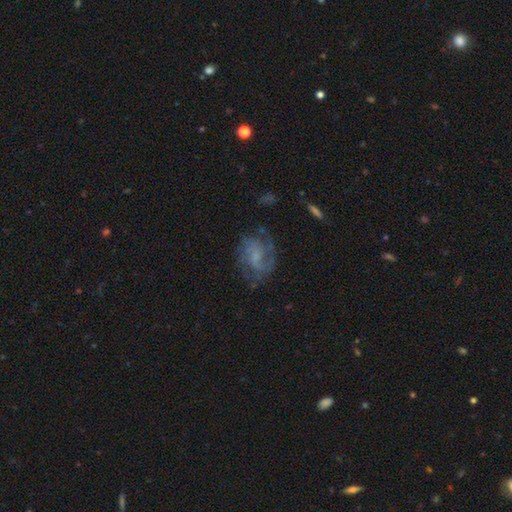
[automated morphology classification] Q: Smooth or featured?
A: featured or disk (69%); runner-up: smooth (22%)
Q: Edge-on disk?
A: no (97%); runner-up: yes (3%)
Q: Bar?
A: no (53%); runner-up: weak (40%)
Q: Spiral arms?
A: yes (87%); runner-up: no (13%)
Q: Spiral winding?
A: medium (47%); runner-up: tight (30%)
Q: Spiral arm count?
A: 2 (59%); runner-up: can't tell (21%)
Q: Bulge size?
A: small (41%); runner-up: none (34%)
Q: Merging?
A: none (65%); runner-up: minor disturbance (20%)